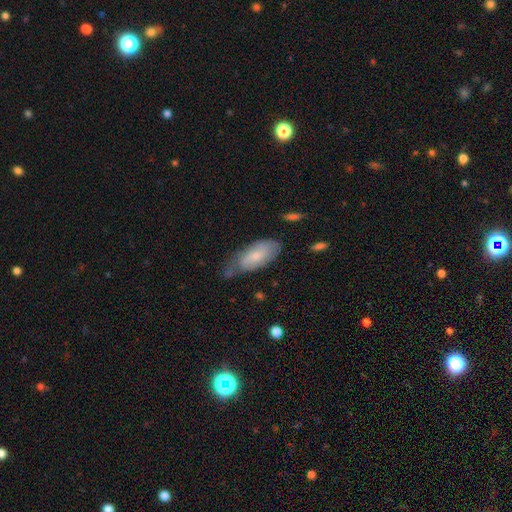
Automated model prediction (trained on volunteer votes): smooth_or_featured: smooth (p=0.64) [alt: featured or disk p=0.29]
how_rounded: in between (p=0.84) [alt: cigar-shaped p=0.14]
merging: none (p=0.48) [alt: minor disturbance p=0.37]